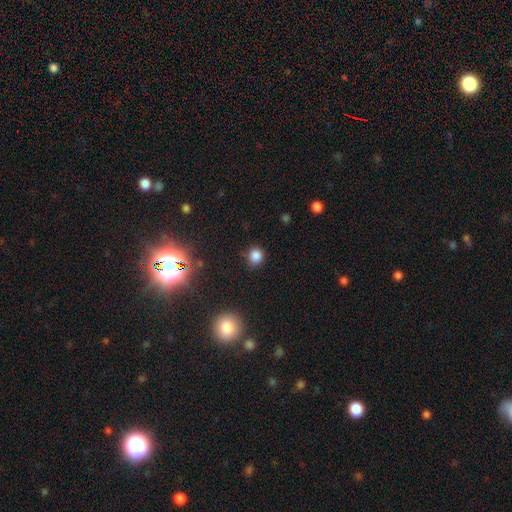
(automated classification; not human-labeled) A smooth galaxy with no disk features (80%) that is round (82%).

Vote fractions:
- Smooth or featured? smooth: 80% / star or artifact: 15% / featured or disk: 4%
- How rounded? round: 82% / in between: 17% / cigar-shaped: 1%
- Merging? none: 82% / minor disturbance: 12% / major disturbance: 3% / merger: 2%